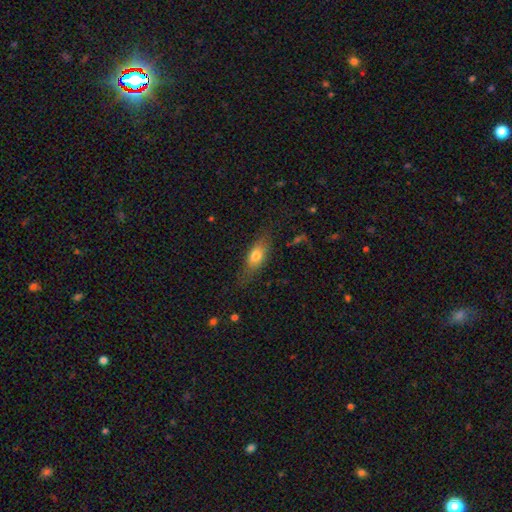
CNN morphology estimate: type=smooth (69%); roundness=in between (71%); merging=none (69%).